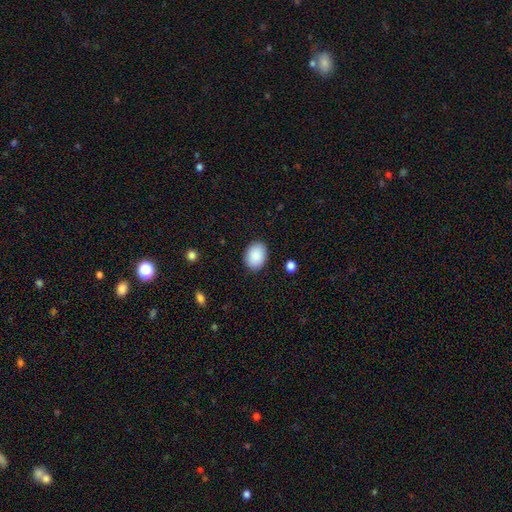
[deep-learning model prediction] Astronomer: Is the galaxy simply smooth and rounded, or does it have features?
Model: smooth — 89%.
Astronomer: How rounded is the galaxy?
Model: in between — 70%.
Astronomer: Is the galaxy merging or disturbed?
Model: none — 88%.